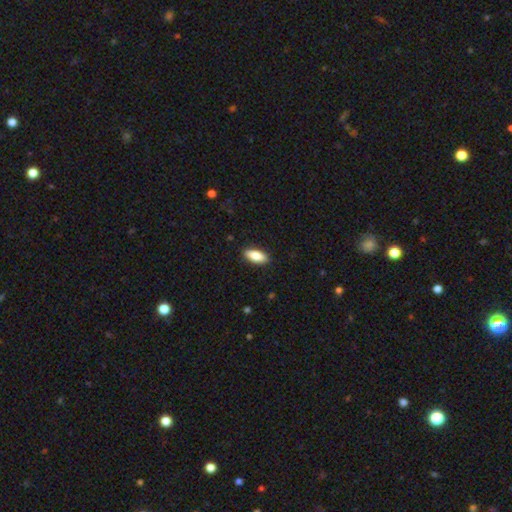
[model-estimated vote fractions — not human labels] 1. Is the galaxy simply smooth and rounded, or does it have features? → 83% smooth, 10% featured or disk, 6% star or artifact.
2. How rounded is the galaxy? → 83% in between, 15% cigar-shaped, 2% round.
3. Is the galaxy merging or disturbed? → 89% none, 8% minor disturbance, 2% major disturbance, 1% merger.